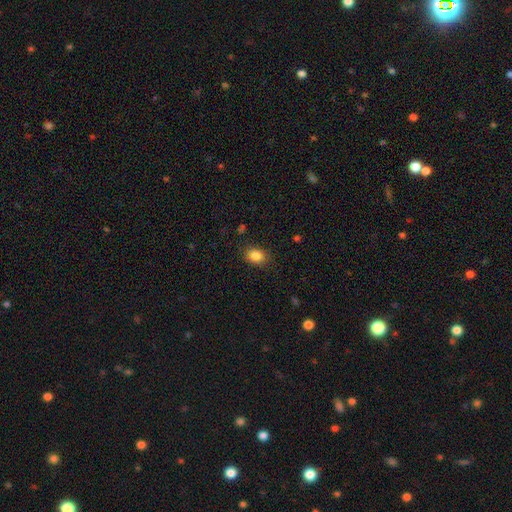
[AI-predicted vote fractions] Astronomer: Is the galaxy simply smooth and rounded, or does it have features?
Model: smooth — 85%.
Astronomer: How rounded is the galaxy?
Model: in between — 73%.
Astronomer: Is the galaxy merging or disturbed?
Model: none — 84%.